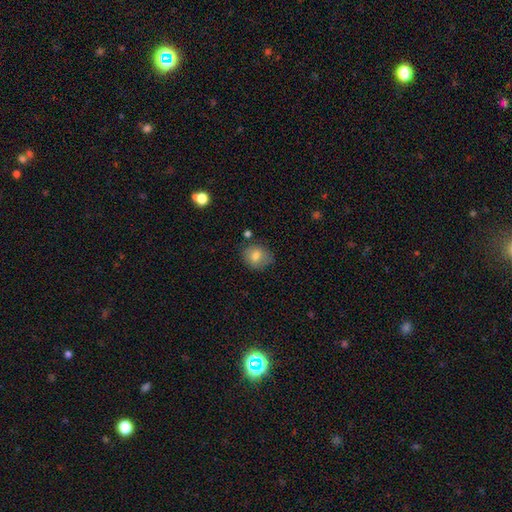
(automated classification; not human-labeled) smooth_or_featured: smooth (p=0.76) [alt: featured or disk p=0.14]
how_rounded: round (p=0.63) [alt: in between p=0.36]
merging: none (p=0.70) [alt: minor disturbance p=0.20]